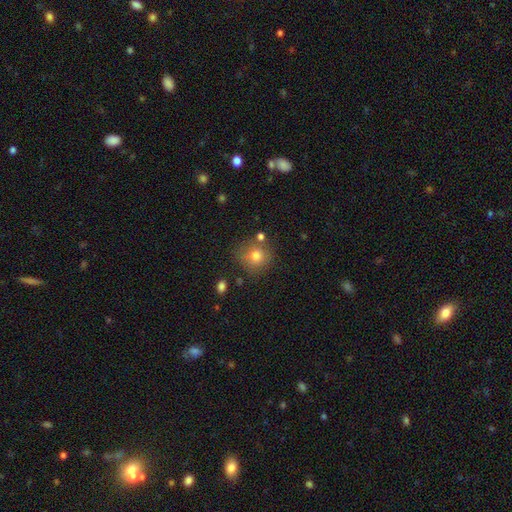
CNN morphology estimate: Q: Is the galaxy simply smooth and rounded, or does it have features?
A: smooth — 78%.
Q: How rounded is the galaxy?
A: round — 87%.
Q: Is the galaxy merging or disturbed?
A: none — 73%.